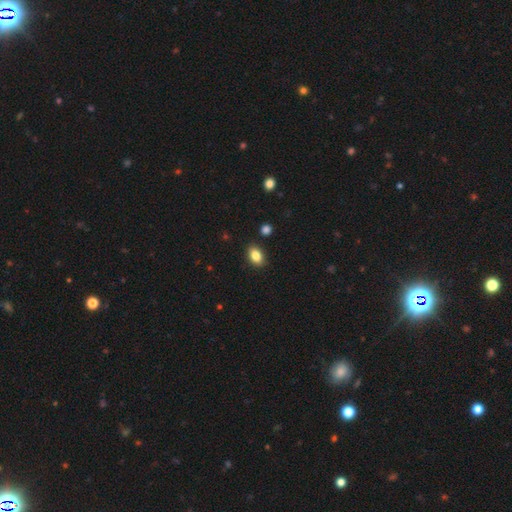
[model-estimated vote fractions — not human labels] smooth-or-featured: smooth: 85% | star or artifact: 9% | featured or disk: 6%
  how-rounded: in between: 83% | round: 15% | cigar-shaped: 1%
  merging: none: 87% | minor disturbance: 9% | major disturbance: 2% | merger: 2%